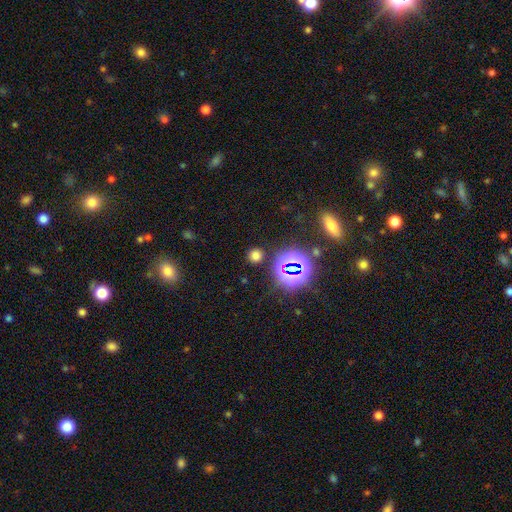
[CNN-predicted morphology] Smooth or featured? smooth (64%)
How rounded? round (88%)
Merging? none (86%)